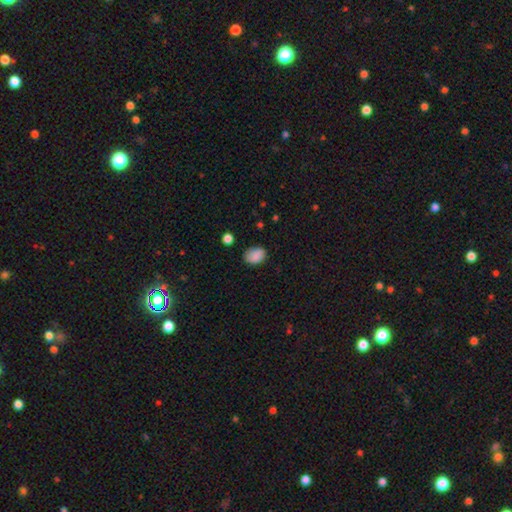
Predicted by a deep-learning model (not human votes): smooth-or-featured: smooth: 87% | star or artifact: 8% | featured or disk: 5%
  how-rounded: in between: 68% | round: 31% | cigar-shaped: 1%
  merging: none: 78% | minor disturbance: 17% | major disturbance: 3% | merger: 2%